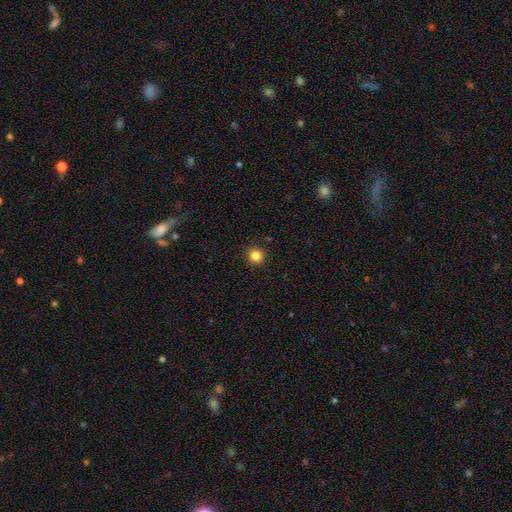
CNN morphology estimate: smooth-or-featured: smooth: 85% | star or artifact: 11% | featured or disk: 4%
  how-rounded: round: 94% | in between: 5% | cigar-shaped: 1%
  merging: none: 92% | minor disturbance: 5% | major disturbance: 2% | merger: 1%